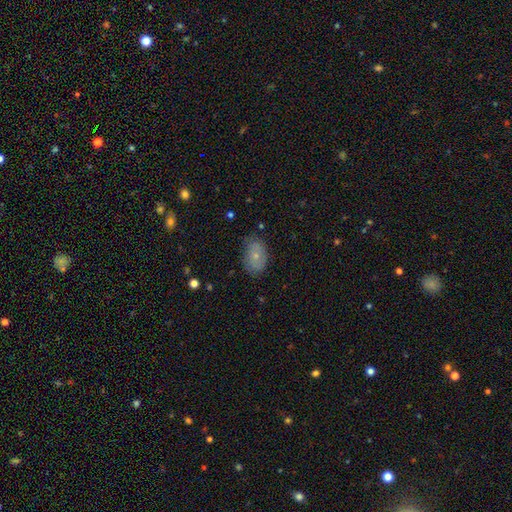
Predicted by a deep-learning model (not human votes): Morphology: type=smooth (62%); roundness=in between (85%); merging=none (69%).